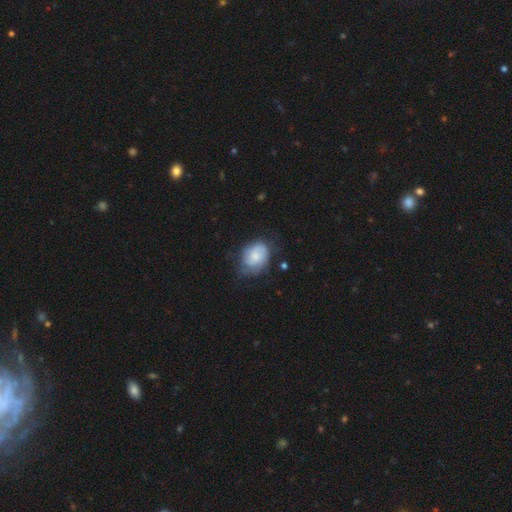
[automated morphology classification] smooth-or-featured: smooth: 53% | featured or disk: 39% | star or artifact: 8%
  how-rounded: in between: 61% | round: 38% | cigar-shaped: 1%
  merging: none: 53% | minor disturbance: 31% | major disturbance: 15% | merger: 2%